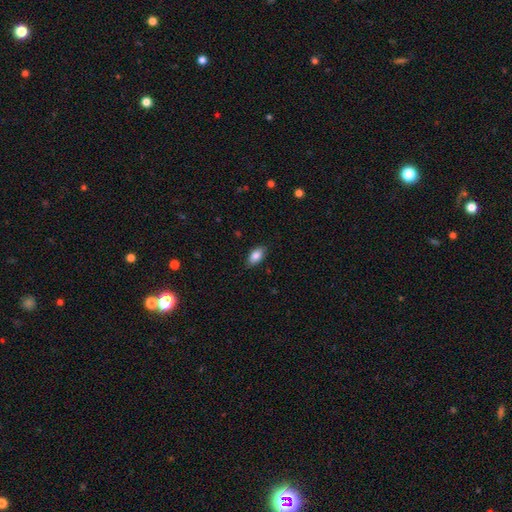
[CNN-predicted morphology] Smooth or featured? smooth (86%)
How rounded? in between (92%)
Merging? none (86%)